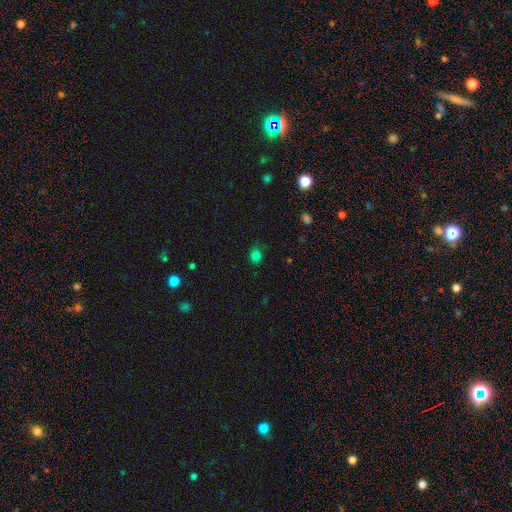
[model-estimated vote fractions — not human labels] smooth-or-featured: smooth: 79% | star or artifact: 16% | featured or disk: 5%
  how-rounded: round: 71% | in between: 28% | cigar-shaped: 1%
  merging: none: 81% | minor disturbance: 14% | major disturbance: 4% | merger: 1%